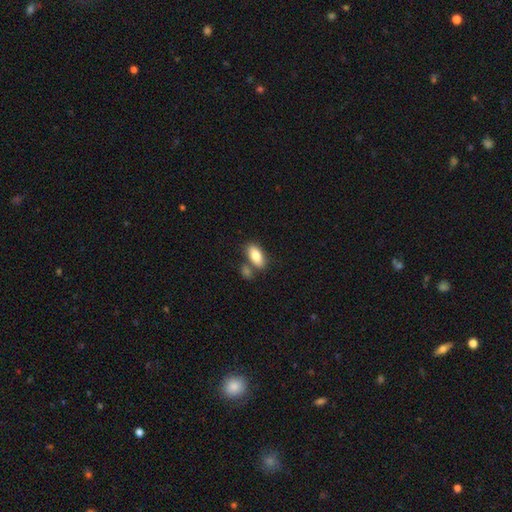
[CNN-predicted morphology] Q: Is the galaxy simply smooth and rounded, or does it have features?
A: smooth — 82%.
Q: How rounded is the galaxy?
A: in between — 90%.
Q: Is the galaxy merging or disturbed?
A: none — 62%.